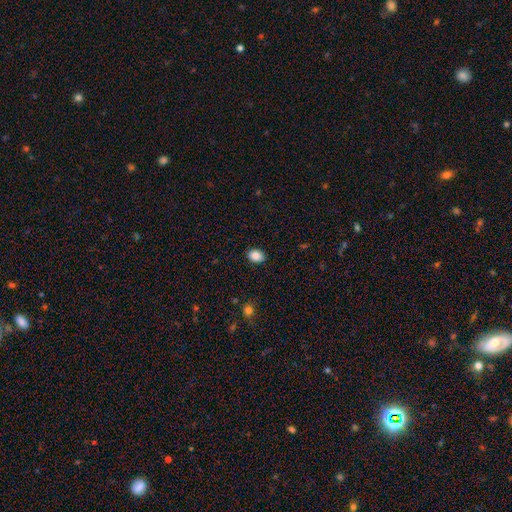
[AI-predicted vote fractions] Q: Smooth or featured?
A: smooth (87%); runner-up: star or artifact (8%)
Q: How rounded?
A: in between (73%); runner-up: round (26%)
Q: Merging?
A: none (88%); runner-up: minor disturbance (9%)